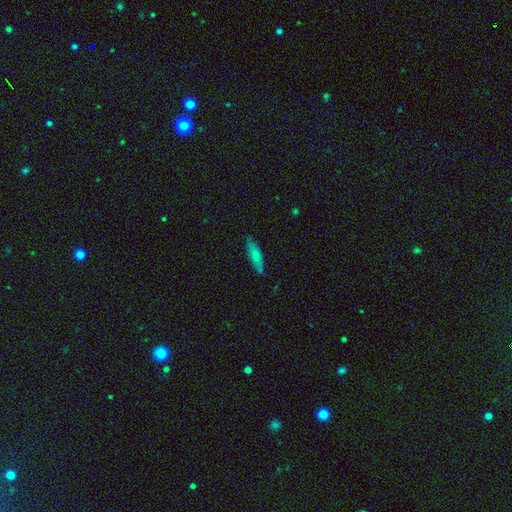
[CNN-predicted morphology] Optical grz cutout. It shows a smooth galaxy with no disk features (68%) that is cigar-shaped (58%). Merging: none (80%).